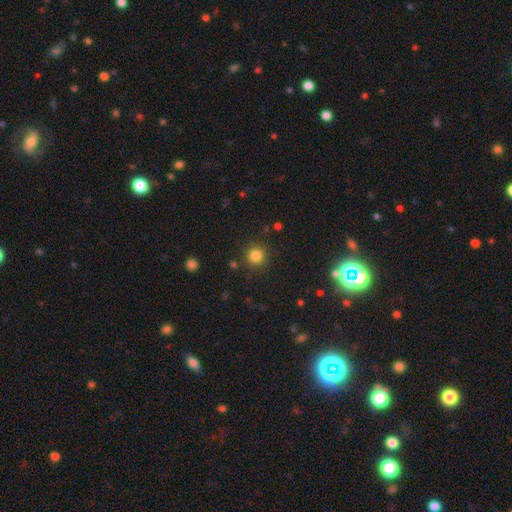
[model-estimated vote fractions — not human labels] The model was most divided on "smooth or featured": smooth: 82%, star or artifact: 13%, featured or disk: 5%. More confident: how rounded — round (94%); merging — none (87%).